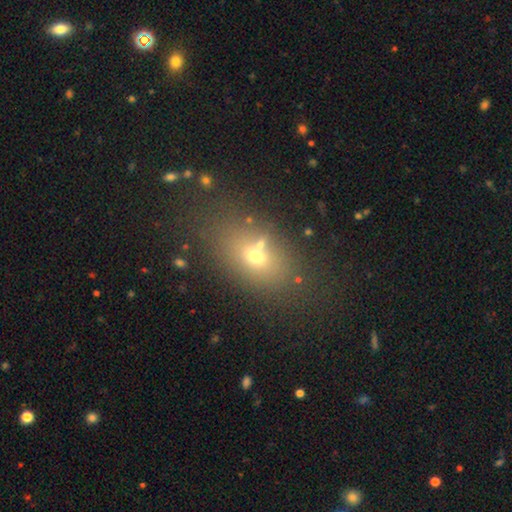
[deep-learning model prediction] smooth-or-featured: smooth: 61% | featured or disk: 20% | star or artifact: 19%
  how-rounded: in between: 74% | round: 24% | cigar-shaped: 3%
  merging: none: 64% | merger: 18% | minor disturbance: 12% | major disturbance: 6%